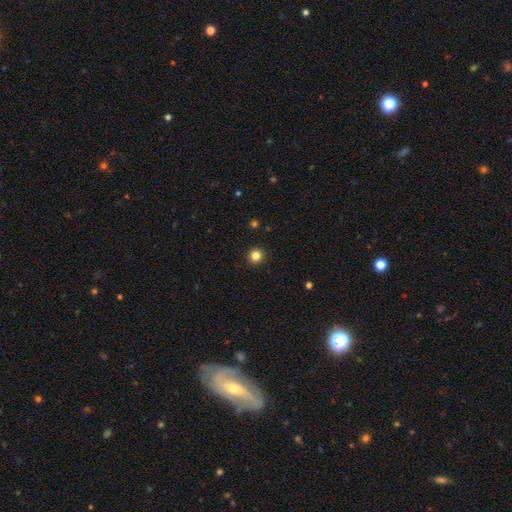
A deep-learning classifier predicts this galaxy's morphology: Smooth or featured? Predicted: smooth (p=0.83). How rounded? Predicted: round (p=0.94). Merging? Predicted: none (p=0.93).